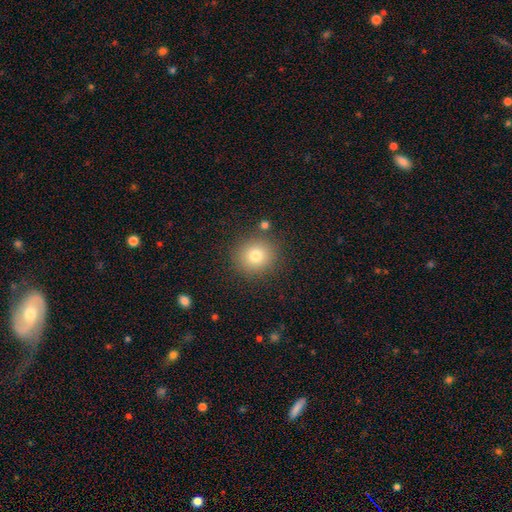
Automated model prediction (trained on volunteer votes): A smooth galaxy with no disk features (78%) that is round (89%).

Vote fractions:
- Smooth or featured? smooth: 78% / star or artifact: 12% / featured or disk: 9%
- How rounded? round: 89% / in between: 10% / cigar-shaped: 1%
- Merging? none: 85% / minor disturbance: 8% / merger: 4% / major disturbance: 3%